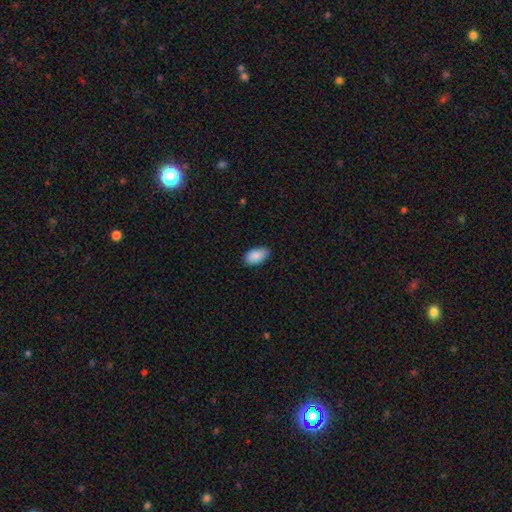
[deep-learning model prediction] Smooth or featured? smooth (89%)
How rounded? in between (94%)
Merging? none (82%)